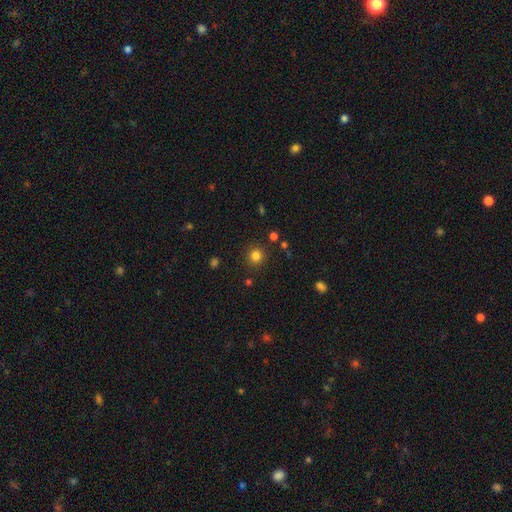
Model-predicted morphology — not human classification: Smooth or featured: smooth — 81% (star or artifact — 14%)
How rounded: round — 92% (in between — 7%)
Merging: none — 88% (minor disturbance — 7%)